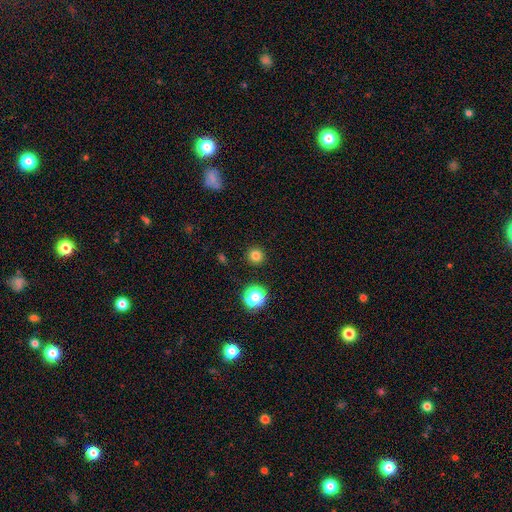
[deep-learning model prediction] A smooth galaxy with no disk features (79%) that is round (95%). Merging: none (92%).